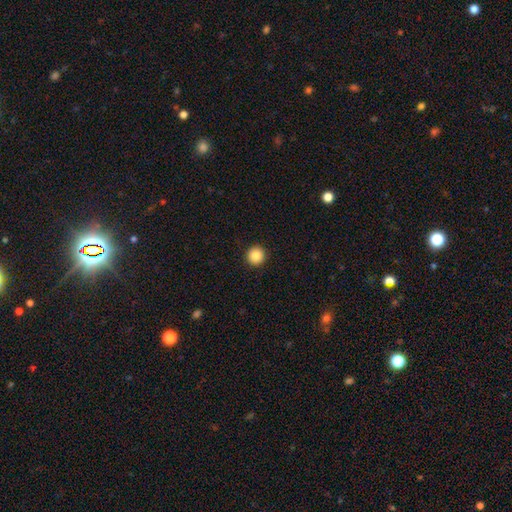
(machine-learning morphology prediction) The model was most divided on "smooth or featured": smooth: 87%, star or artifact: 9%, featured or disk: 3%. More confident: how rounded — round (95%); merging — none (93%).